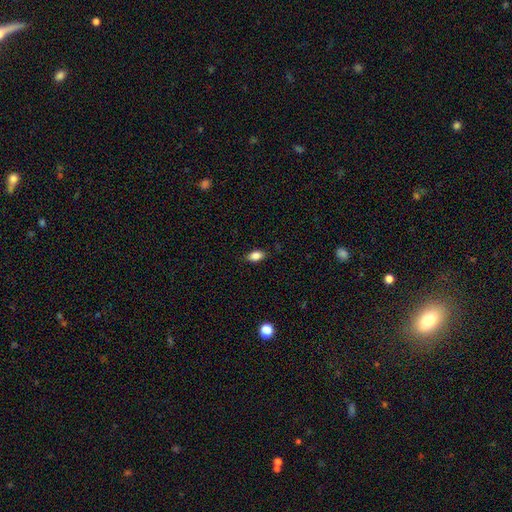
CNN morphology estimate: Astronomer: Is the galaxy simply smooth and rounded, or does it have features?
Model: smooth — 85%.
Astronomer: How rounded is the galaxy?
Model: in between — 89%.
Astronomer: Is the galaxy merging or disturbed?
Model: none — 85%.